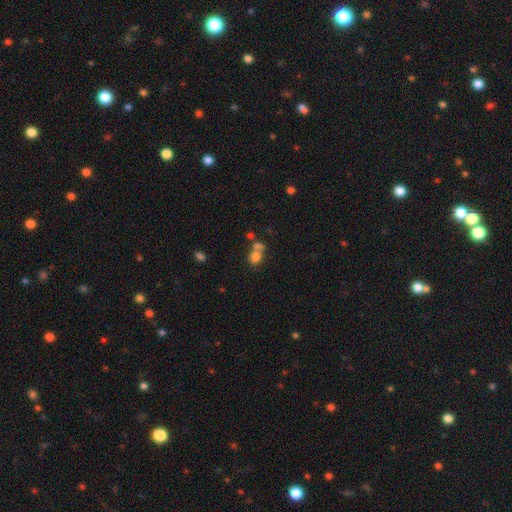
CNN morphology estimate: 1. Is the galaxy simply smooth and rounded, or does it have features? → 75% smooth, 14% star or artifact, 11% featured or disk.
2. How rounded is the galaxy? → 52% round, 46% in between, 2% cigar-shaped.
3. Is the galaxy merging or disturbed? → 47% merger, 38% none, 9% minor disturbance, 6% major disturbance.